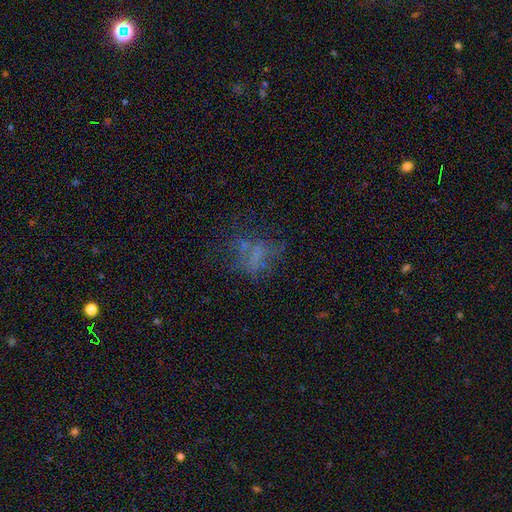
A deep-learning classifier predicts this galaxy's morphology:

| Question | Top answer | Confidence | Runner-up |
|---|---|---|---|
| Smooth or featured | featured or disk | 38% | smooth (34%) |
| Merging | none | 46% | major disturbance (30%) |